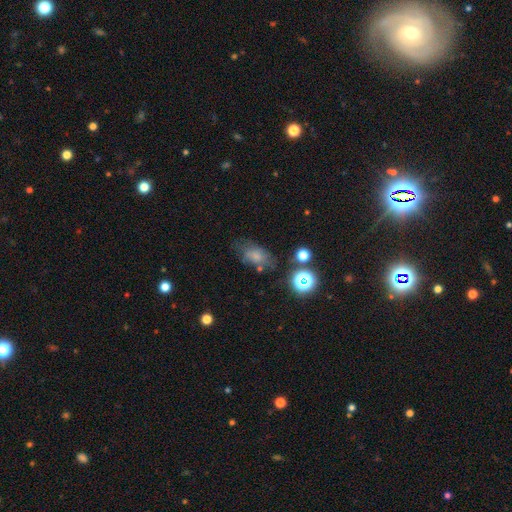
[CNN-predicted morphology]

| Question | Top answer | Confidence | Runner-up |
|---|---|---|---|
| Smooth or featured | smooth | 66% | featured or disk (18%) |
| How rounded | in between | 83% | round (14%) |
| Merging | none | 52% | minor disturbance (26%) |